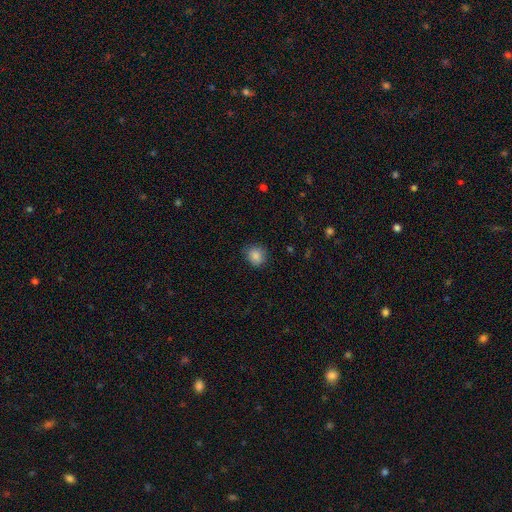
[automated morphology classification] The model was most divided on "how rounded": round: 81%, in between: 18%, cigar-shaped: 1%. More confident: smooth or featured — smooth (86%); merging — none (82%).